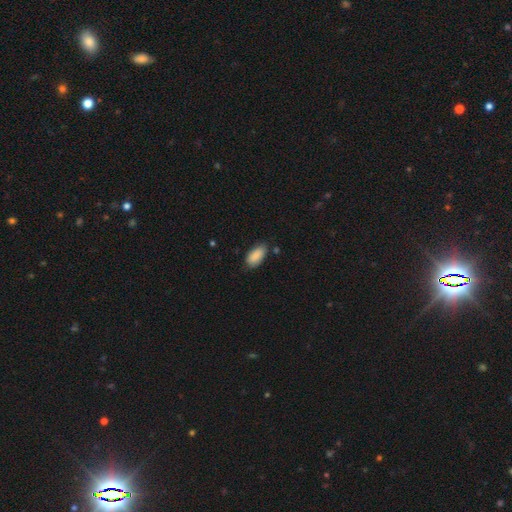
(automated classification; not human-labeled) smooth_or_featured: smooth (p=0.89) [alt: star or artifact p=0.07]
how_rounded: in between (p=0.92) [alt: cigar-shaped p=0.06]
merging: none (p=0.76) [alt: minor disturbance p=0.19]